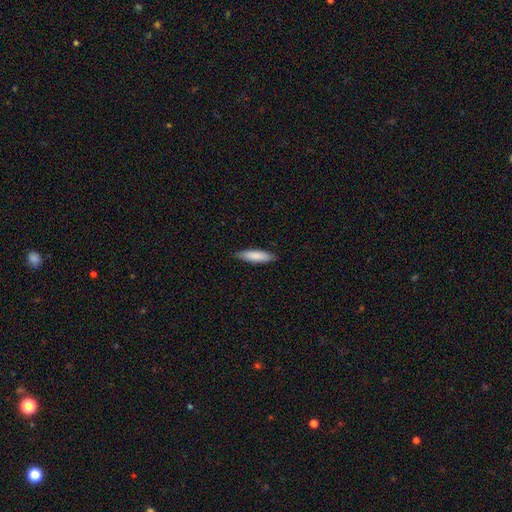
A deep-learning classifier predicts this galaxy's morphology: This is clearly a smooth galaxy (85%). How rounded: likely cigar-shaped (65%). Merging: clearly none (85%).